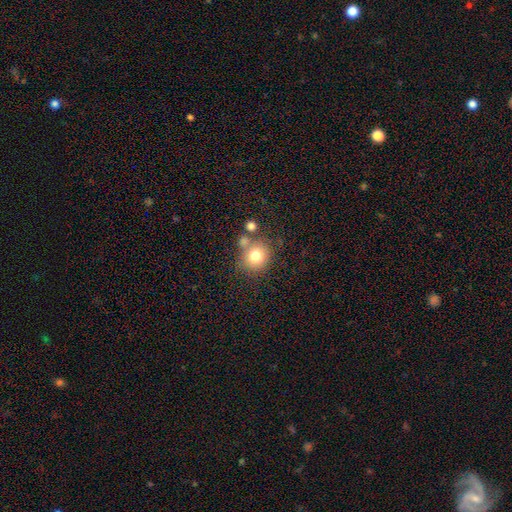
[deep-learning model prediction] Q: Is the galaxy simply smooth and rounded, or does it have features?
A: smooth — 76%.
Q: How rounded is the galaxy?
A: round — 82%.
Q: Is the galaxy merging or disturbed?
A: none — 63%.